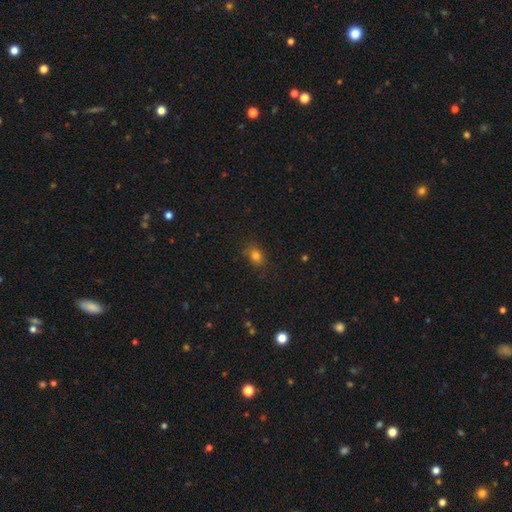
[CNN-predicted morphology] Smooth or featured? Predicted: smooth (p=0.79). How rounded? Predicted: in between (p=0.56). Merging? Predicted: none (p=0.78).